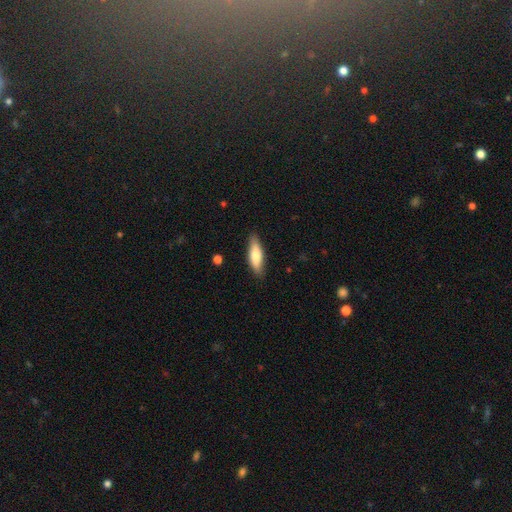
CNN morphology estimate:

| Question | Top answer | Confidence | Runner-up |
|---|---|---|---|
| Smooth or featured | smooth | 75% | featured or disk (19%) |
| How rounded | in between | 52% | cigar-shaped (46%) |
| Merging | none | 85% | minor disturbance (11%) |